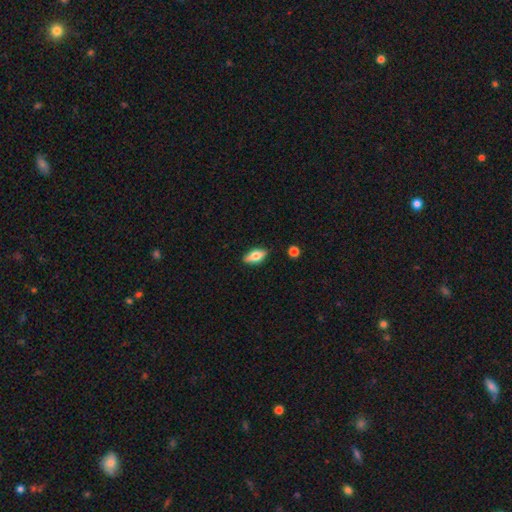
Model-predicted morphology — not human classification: smooth_or_featured: smooth (p=0.64) [alt: featured or disk p=0.29]
how_rounded: in between (p=0.81) [alt: cigar-shaped p=0.15]
merging: none (p=0.86) [alt: minor disturbance p=0.10]